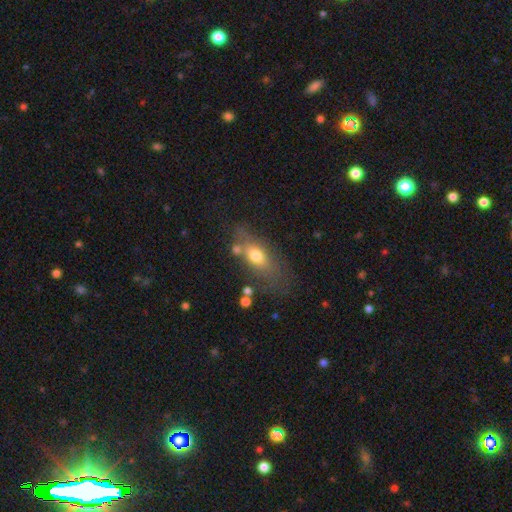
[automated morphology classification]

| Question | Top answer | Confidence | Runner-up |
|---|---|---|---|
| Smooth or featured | smooth | 66% | featured or disk (24%) |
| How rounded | in between | 76% | cigar-shaped (14%) |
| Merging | none | 57% | minor disturbance (21%) |